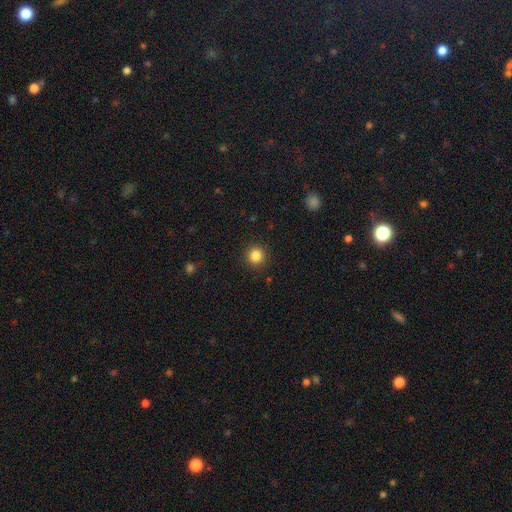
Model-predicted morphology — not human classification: This is clearly a smooth galaxy (85%). How rounded: clearly round (93%). Merging: clearly none (91%).